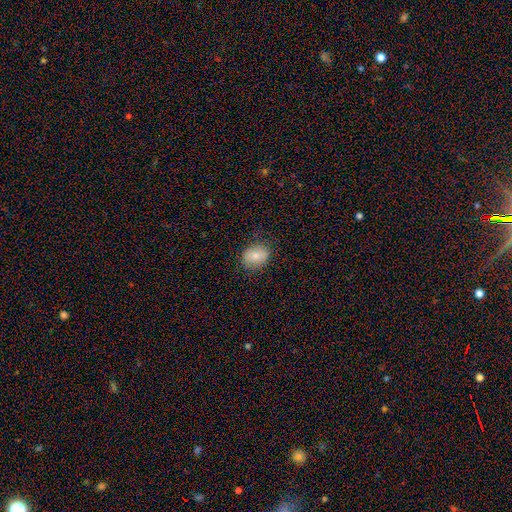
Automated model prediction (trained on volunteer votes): Smooth or featured?
  - smooth: 77% *
  - featured or disk: 15%
  - star or artifact: 8%
How rounded?
  - in between: 62% *
  - round: 37%
  - cigar-shaped: 1%
Merging?
  - none: 80% *
  - minor disturbance: 15%
  - major disturbance: 4%
  - merger: 1%